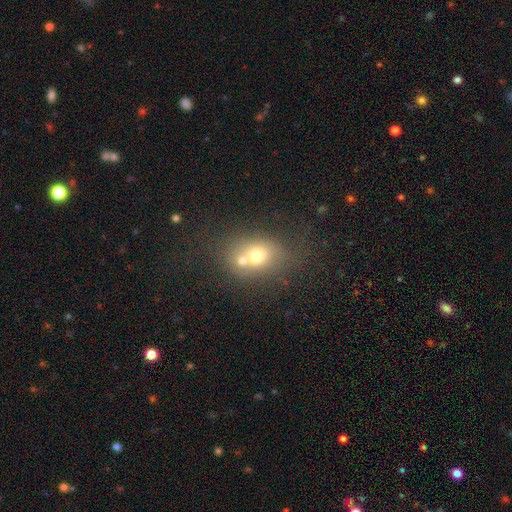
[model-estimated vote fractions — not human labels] The model was most divided on "how rounded": round: 53%, in between: 46%, cigar-shaped: 1%. More confident: smooth or featured — smooth (65%); merging — merger (52%).